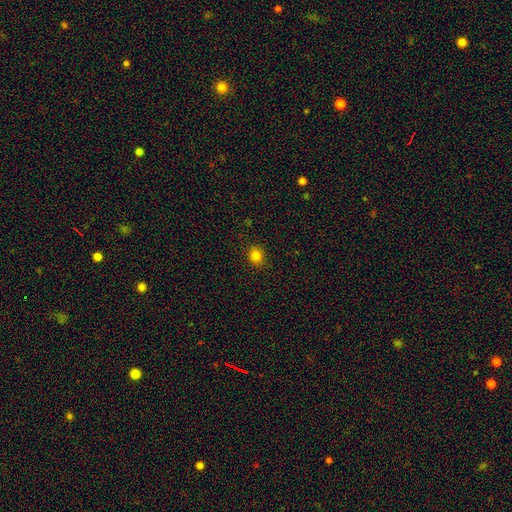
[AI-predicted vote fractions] Morphology: type=smooth (82%); roundness=round (72%); merging=none (90%).